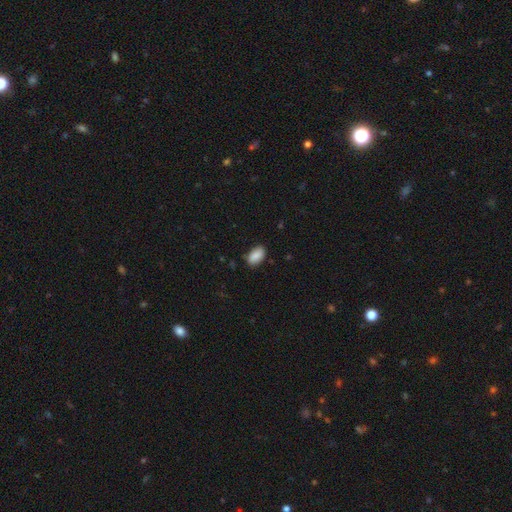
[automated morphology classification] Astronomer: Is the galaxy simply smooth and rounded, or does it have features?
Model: smooth — 88%.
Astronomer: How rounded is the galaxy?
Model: in between — 93%.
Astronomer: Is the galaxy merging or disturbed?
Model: none — 81%.